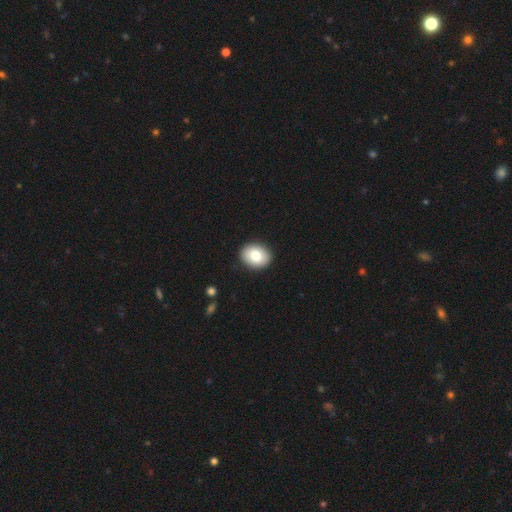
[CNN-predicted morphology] This is clearly a smooth galaxy (83%). How rounded: possibly in between (59%). Merging: clearly none (91%).